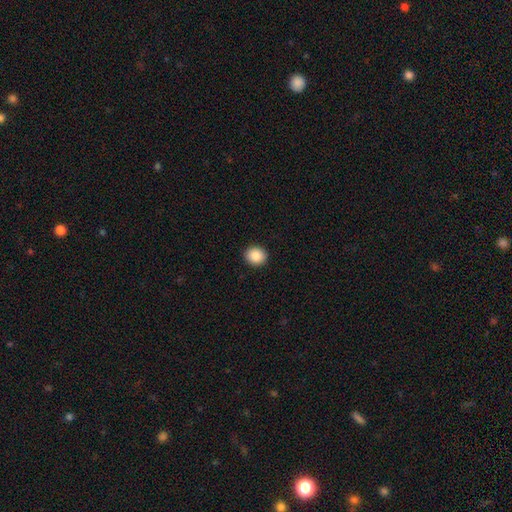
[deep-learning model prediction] Smooth or featured: smooth — 88% (star or artifact — 9%)
How rounded: round — 77% (in between — 23%)
Merging: none — 92% (minor disturbance — 5%)